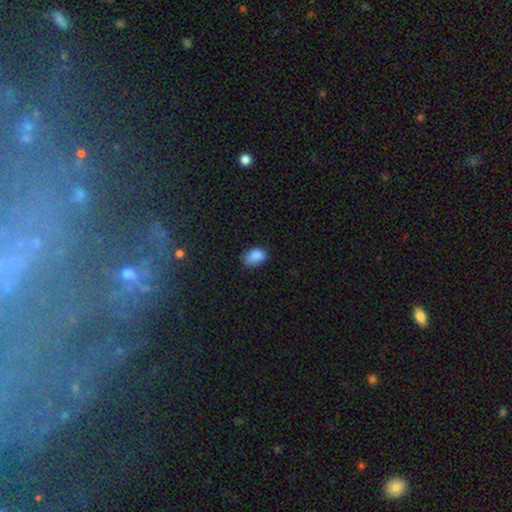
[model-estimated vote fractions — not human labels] Smooth or featured? smooth (87%)
How rounded? in between (88%)
Merging? none (69%)